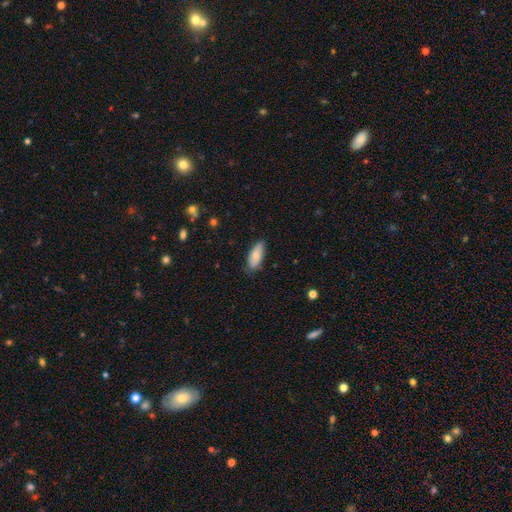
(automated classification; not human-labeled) smooth 82%, featured or disk 12%, star or artifact 6%. Down the decision tree: how rounded — in between (83%); merging — none (78%).